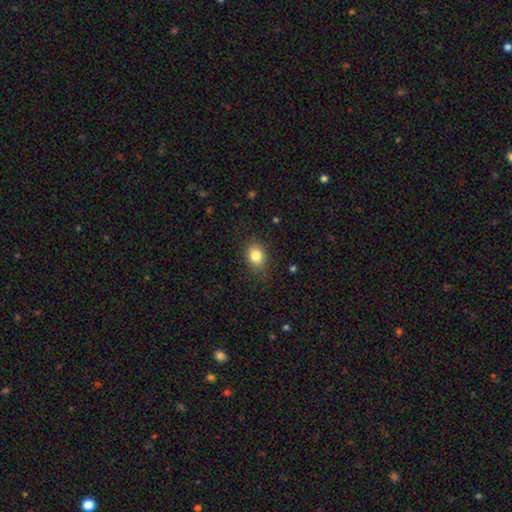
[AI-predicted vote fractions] Overall: smooth (83%). How rounded: in between (62%; round 37%). Merging: none (83%).